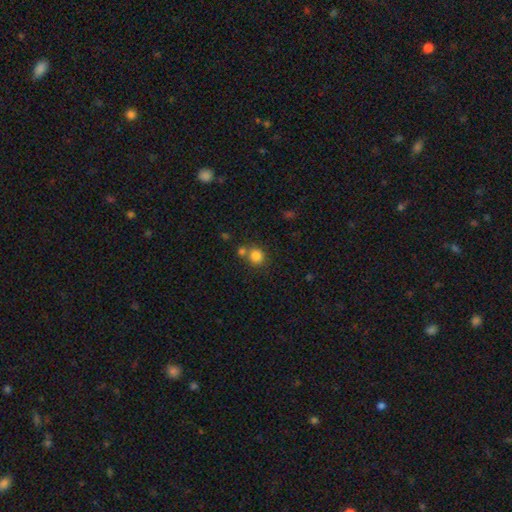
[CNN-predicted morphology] Smooth or featured?
  - smooth: 82% *
  - star or artifact: 12%
  - featured or disk: 6%
How rounded?
  - round: 89% *
  - in between: 10%
  - cigar-shaped: 1%
Merging?
  - none: 64% *
  - merger: 24%
  - minor disturbance: 9%
  - major disturbance: 3%